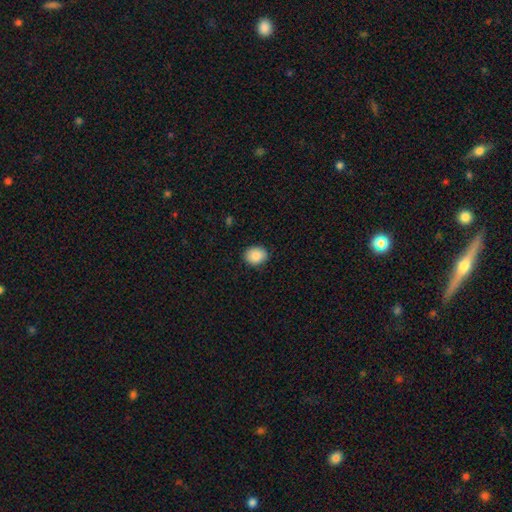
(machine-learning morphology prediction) Smooth or featured: smooth — 88% (star or artifact — 8%)
How rounded: round — 52% (in between — 47%)
Merging: none — 87% (minor disturbance — 9%)